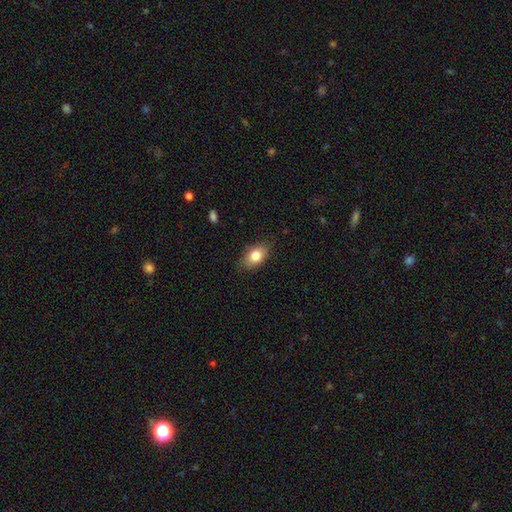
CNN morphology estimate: smooth 81%, featured or disk 11%, star or artifact 8%. Down the decision tree: how rounded — in between (86%); merging — none (83%).